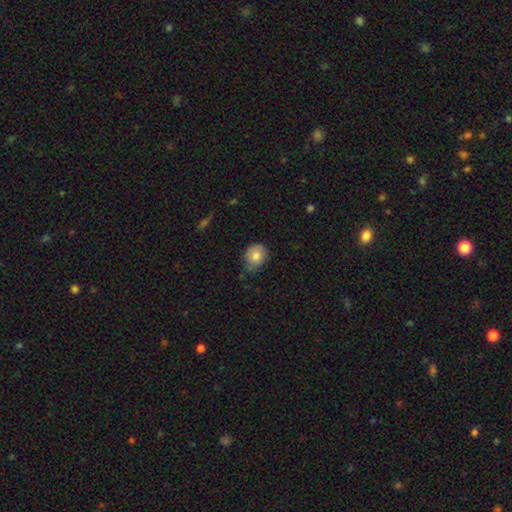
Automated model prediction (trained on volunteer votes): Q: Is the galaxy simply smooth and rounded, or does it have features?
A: smooth — 81%.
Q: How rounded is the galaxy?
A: round — 75%.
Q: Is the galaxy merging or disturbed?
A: none — 64%.